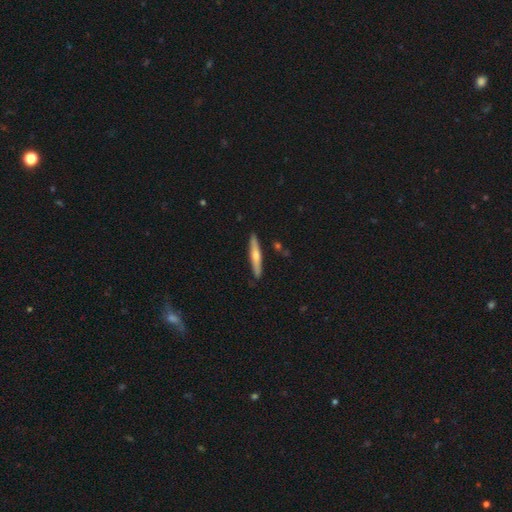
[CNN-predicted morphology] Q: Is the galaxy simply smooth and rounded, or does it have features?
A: smooth — 51%.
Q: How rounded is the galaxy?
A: cigar-shaped — 93%.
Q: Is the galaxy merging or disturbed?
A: none — 88%.